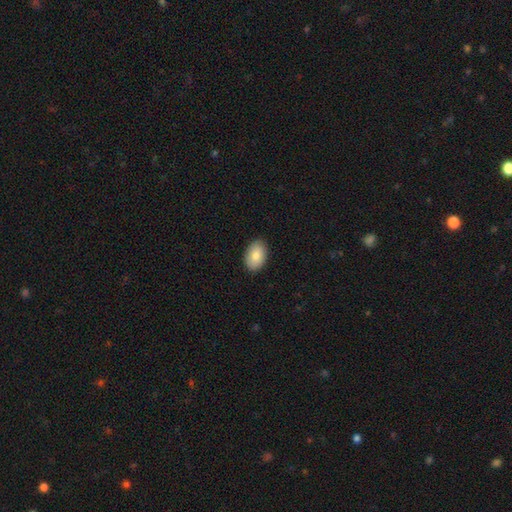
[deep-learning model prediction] Smooth or featured?
  - smooth: 84% *
  - featured or disk: 10%
  - star or artifact: 6%
How rounded?
  - in between: 90% *
  - round: 9%
  - cigar-shaped: 1%
Merging?
  - none: 88% *
  - minor disturbance: 9%
  - major disturbance: 2%
  - merger: 1%